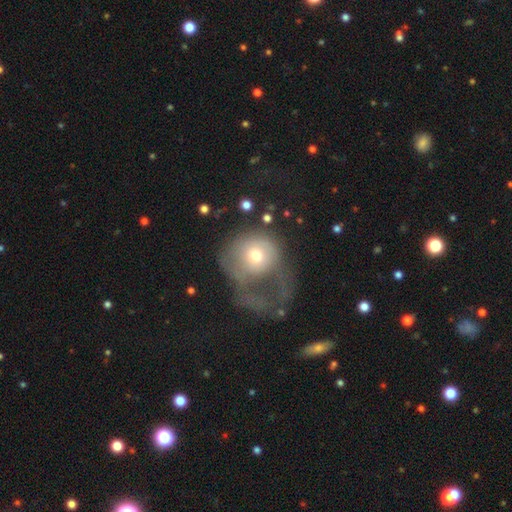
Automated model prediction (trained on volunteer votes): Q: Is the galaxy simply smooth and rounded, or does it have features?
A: smooth — 56%.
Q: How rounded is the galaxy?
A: round — 78%.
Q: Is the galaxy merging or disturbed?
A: major disturbance — 67%.